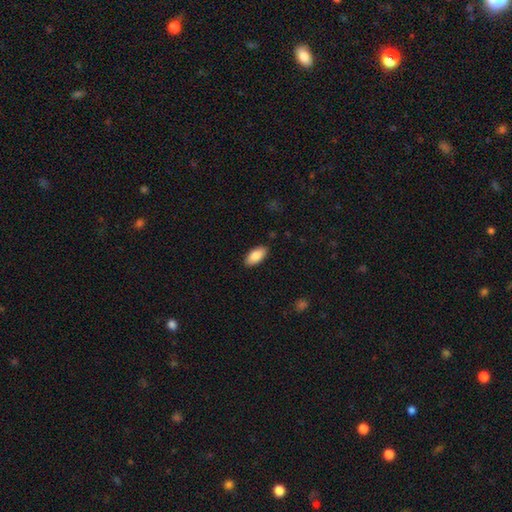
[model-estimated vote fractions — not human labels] Overall: smooth (87%). How rounded: in between (92%). Merging: none (88%).